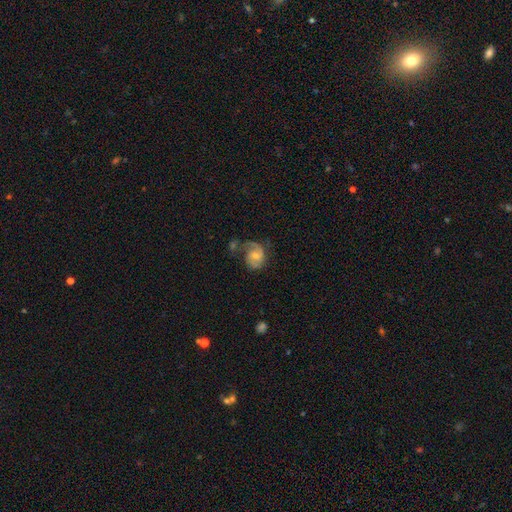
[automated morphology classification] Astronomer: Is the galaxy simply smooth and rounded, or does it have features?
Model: featured or disk — 73%.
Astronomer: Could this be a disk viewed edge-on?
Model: no — 98%.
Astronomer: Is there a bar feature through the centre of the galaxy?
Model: no — 59% (runner-up: weak, 35%).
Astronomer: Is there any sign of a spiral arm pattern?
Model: yes — 92%.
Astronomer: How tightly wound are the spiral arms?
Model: medium — 46% (runner-up: tight, 28%).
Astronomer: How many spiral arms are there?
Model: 2 — 58%.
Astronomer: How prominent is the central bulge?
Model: small — 48% (runner-up: moderate, 43%).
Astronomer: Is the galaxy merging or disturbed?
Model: none — 43% (runner-up: major disturbance, 23%).